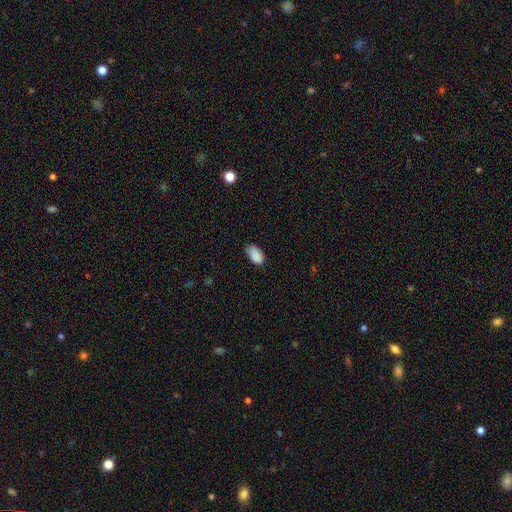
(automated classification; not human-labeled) Q: Smooth or featured?
A: smooth (87%); runner-up: star or artifact (8%)
Q: How rounded?
A: in between (93%); runner-up: round (5%)
Q: Merging?
A: none (59%); runner-up: minor disturbance (33%)